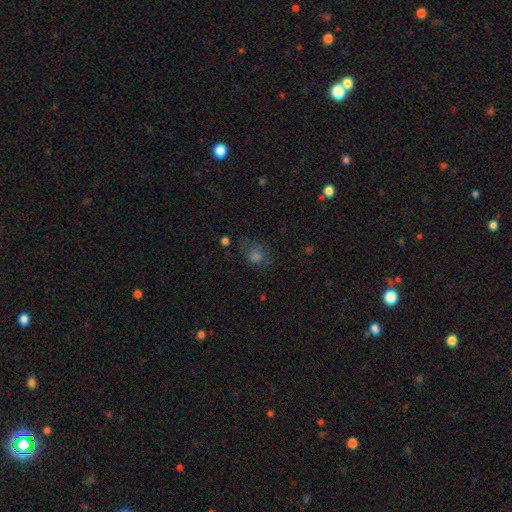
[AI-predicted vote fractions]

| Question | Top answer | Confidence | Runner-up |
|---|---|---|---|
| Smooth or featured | smooth | 57% | star or artifact (27%) |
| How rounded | round | 66% | in between (33%) |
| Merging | none | 65% | minor disturbance (20%) |